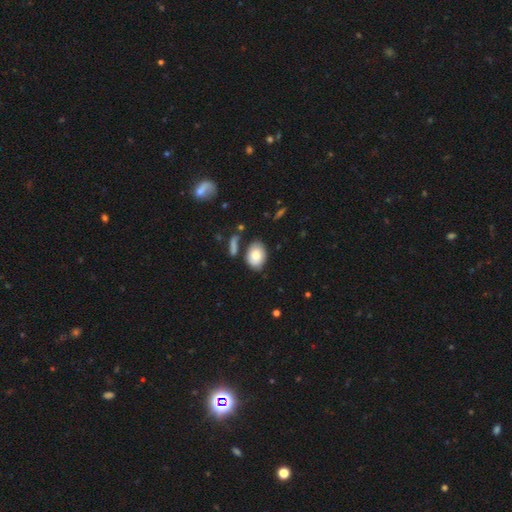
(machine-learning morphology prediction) smooth-or-featured: smooth: 82% | featured or disk: 11% | star or artifact: 7%
  how-rounded: in between: 79% | round: 20% | cigar-shaped: 1%
  merging: none: 70% | minor disturbance: 17% | merger: 9% | major disturbance: 5%